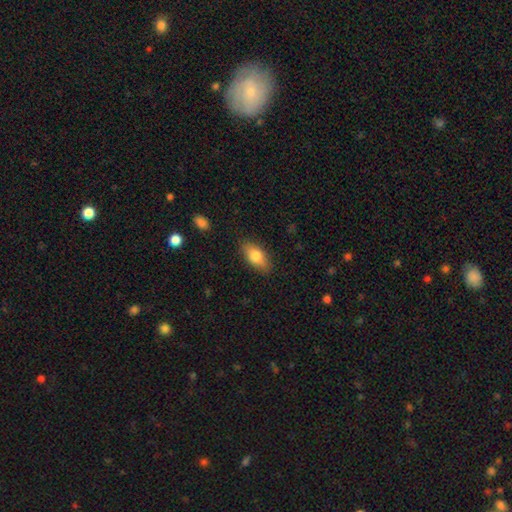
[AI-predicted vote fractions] This appears to be a smooth galaxy with no disk features (77%) that is in between round and cigar-shaped (87%). Merging: none (86%).